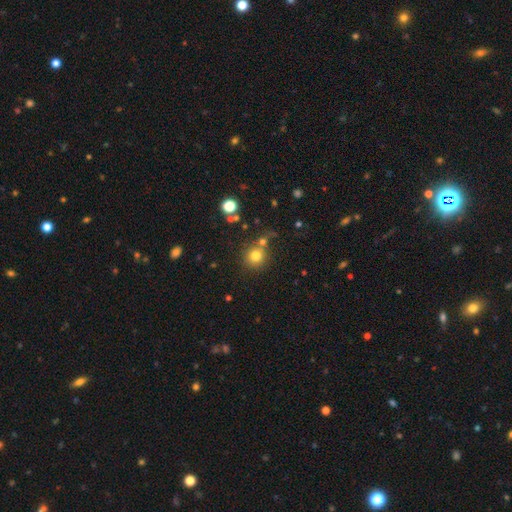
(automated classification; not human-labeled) The model was most divided on "merging": none: 68%, merger: 18%, minor disturbance: 10%, major disturbance: 4%. More confident: how rounded — round (90%); smooth or featured — smooth (77%).